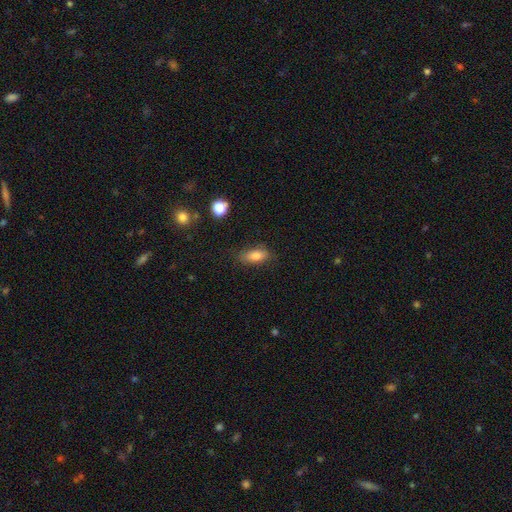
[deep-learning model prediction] Overall: smooth (82%). How rounded: in between (82%). Merging: none (74%).